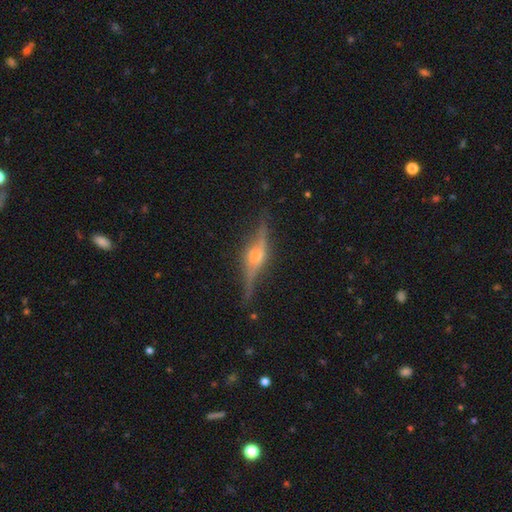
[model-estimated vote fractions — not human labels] Overall: featured or disk (84%). Edge-on disk: yes (94%). Edge-on bulge: rounded (80%). Merging: none (78%).